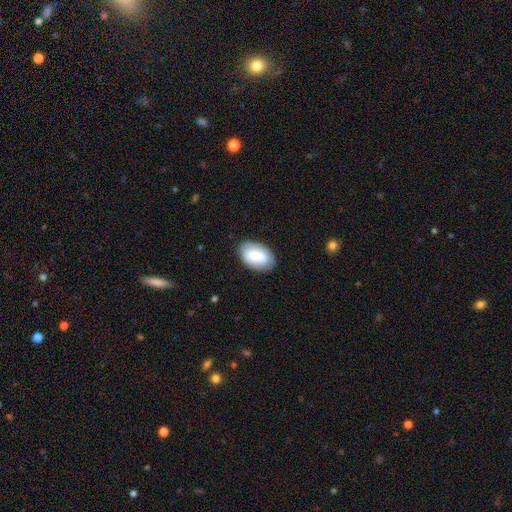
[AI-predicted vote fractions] Smooth or featured? smooth (78%)
How rounded? in between (92%)
Merging? none (82%)